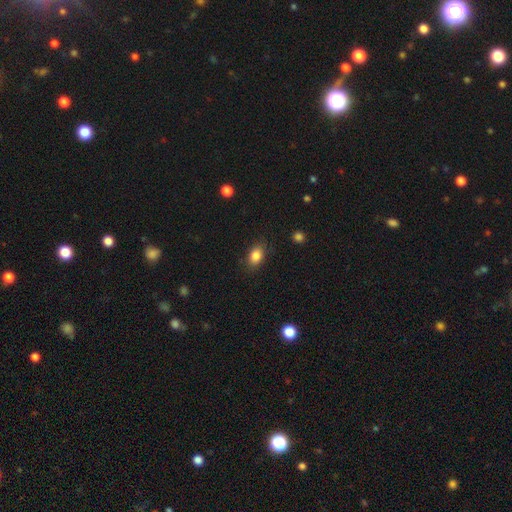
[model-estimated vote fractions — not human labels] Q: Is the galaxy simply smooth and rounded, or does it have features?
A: smooth — 85%.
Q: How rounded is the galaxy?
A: in between — 79%.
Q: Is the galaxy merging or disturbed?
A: none — 84%.